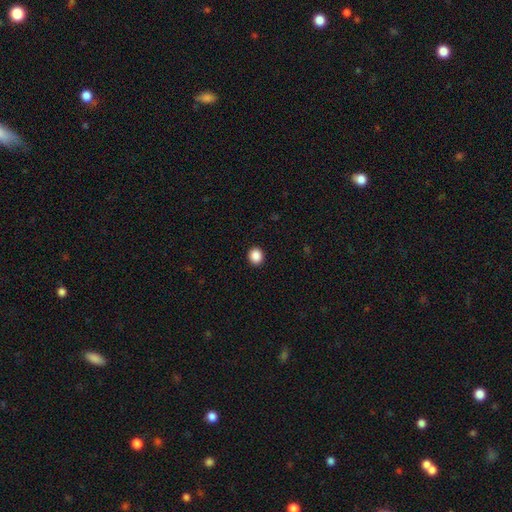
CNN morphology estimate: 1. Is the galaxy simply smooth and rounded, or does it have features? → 88% smooth, 10% star or artifact, 2% featured or disk.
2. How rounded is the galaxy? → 83% round, 16% in between, 1% cigar-shaped.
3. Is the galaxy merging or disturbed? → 93% none, 5% minor disturbance, 2% major disturbance, 1% merger.